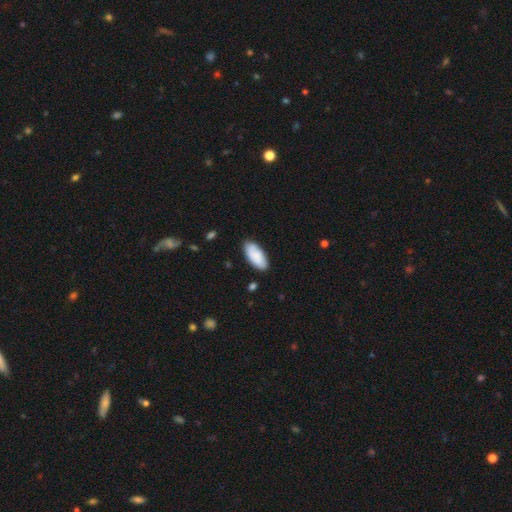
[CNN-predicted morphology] A smooth galaxy with no disk features (84%) that is in between round and cigar-shaped (90%). Merging: none (82%).